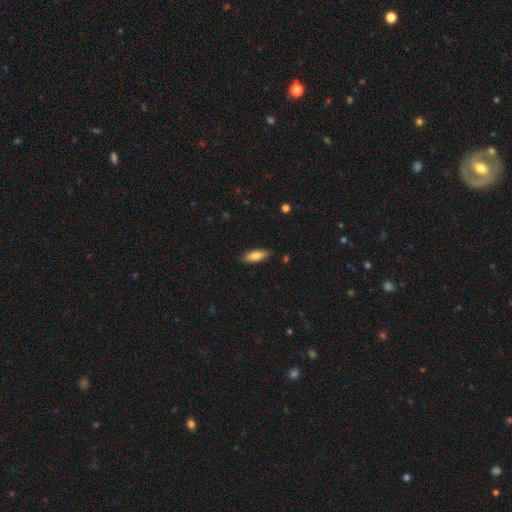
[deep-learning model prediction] smooth_or_featured: smooth (p=0.77) [alt: featured or disk p=0.17]
how_rounded: in between (p=0.63) [alt: cigar-shaped p=0.35]
merging: none (p=0.88) [alt: minor disturbance p=0.09]